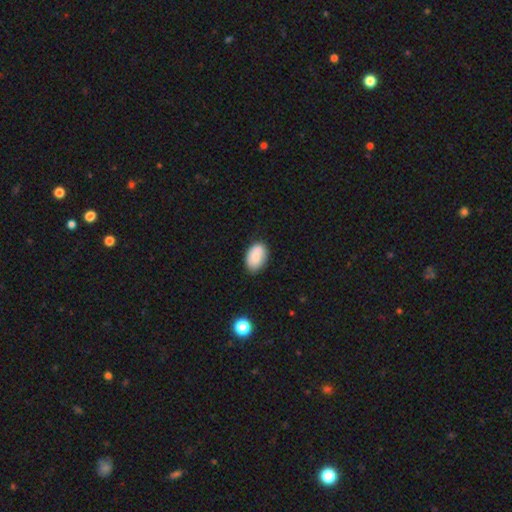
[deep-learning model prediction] Smooth or featured?
  - smooth: 78% *
  - featured or disk: 14%
  - star or artifact: 8%
How rounded?
  - in between: 88% *
  - round: 11%
  - cigar-shaped: 1%
Merging?
  - none: 81% *
  - minor disturbance: 15%
  - major disturbance: 3%
  - merger: 2%